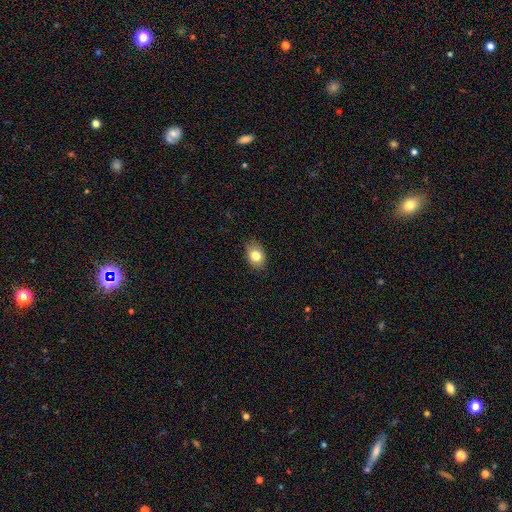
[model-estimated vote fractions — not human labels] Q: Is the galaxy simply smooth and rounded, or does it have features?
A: smooth — 81%.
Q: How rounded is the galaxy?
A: in between — 75%.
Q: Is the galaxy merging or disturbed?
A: none — 85%.